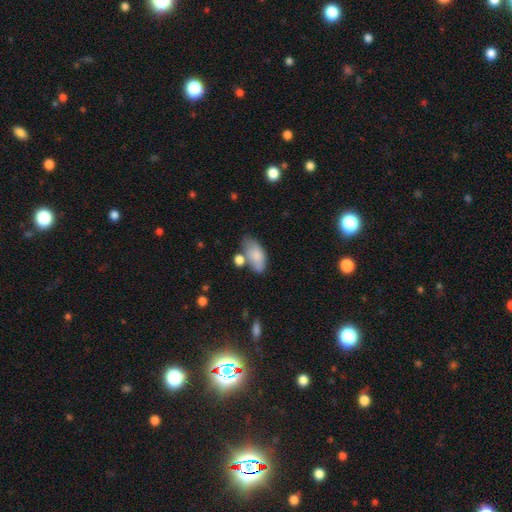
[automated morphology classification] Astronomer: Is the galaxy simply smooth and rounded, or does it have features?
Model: smooth — 78%.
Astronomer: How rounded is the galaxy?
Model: in between — 90%.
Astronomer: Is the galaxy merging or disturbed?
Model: none — 47% (runner-up: minor disturbance, 24%).